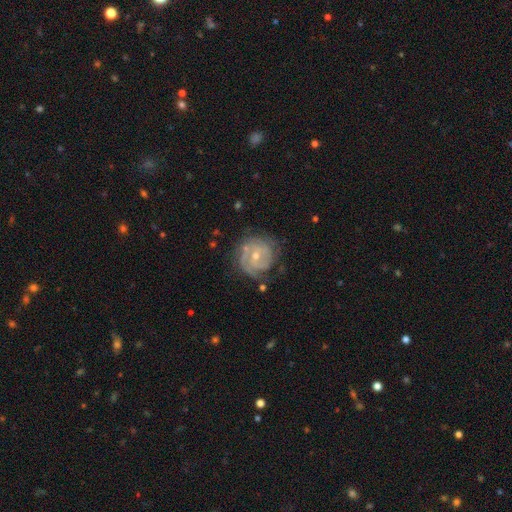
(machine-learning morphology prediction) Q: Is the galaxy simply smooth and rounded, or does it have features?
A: featured or disk — 80%.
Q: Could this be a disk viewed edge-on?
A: no — 98%.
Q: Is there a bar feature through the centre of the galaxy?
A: no — 61%.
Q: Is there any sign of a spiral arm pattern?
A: yes — 90%.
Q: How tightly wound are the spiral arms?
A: tight — 70%.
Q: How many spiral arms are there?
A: can't tell — 33%.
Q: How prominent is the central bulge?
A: small — 51%.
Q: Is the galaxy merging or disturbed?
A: none — 67%.